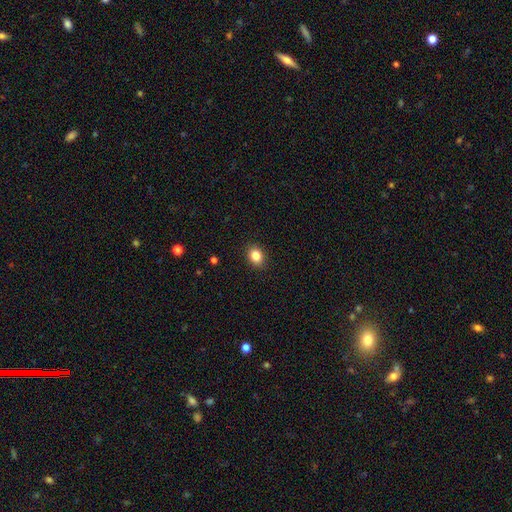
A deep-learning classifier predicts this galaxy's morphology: A smooth galaxy with no disk features (85%) that is in between round and cigar-shaped (58%). Merging: none (90%).